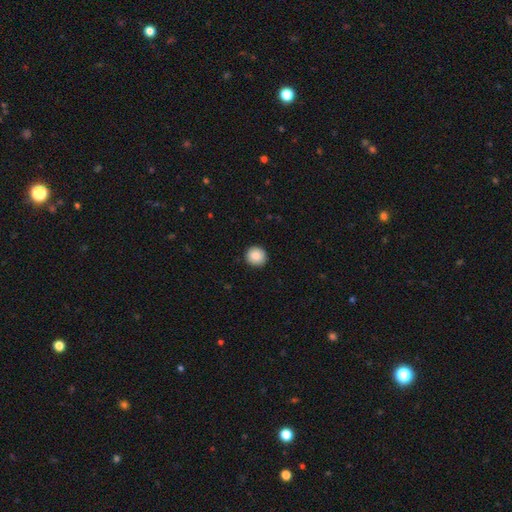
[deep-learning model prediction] Smooth or featured? Predicted: smooth (p=0.88). How rounded? Predicted: round (p=0.93). Merging? Predicted: none (p=0.91).